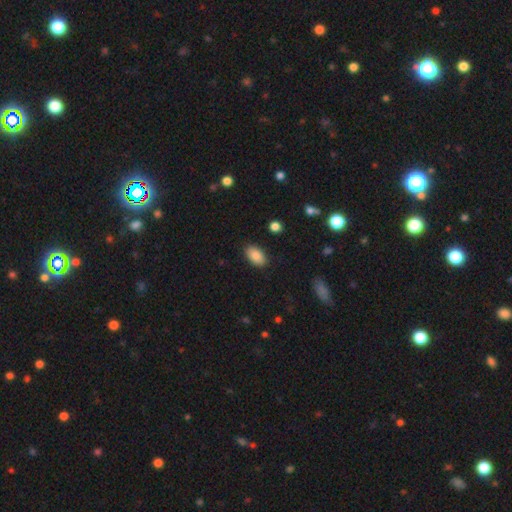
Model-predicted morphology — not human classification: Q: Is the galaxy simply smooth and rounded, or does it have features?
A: smooth — 86%.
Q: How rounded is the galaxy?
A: in between — 92%.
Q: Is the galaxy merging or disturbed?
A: none — 86%.